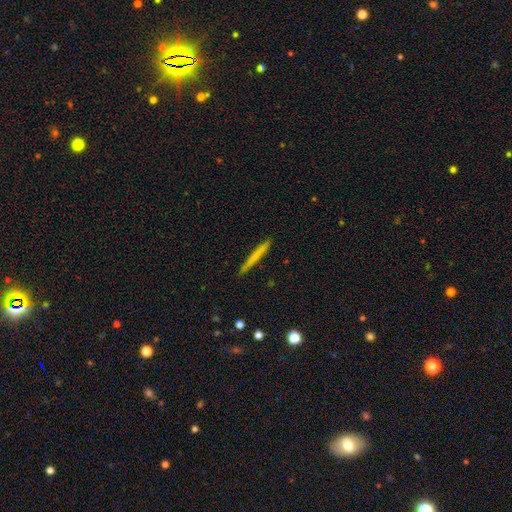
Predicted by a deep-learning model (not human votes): The model was most divided on "smooth or featured": smooth: 64%, featured or disk: 30%, star or artifact: 6%. More confident: how rounded — cigar-shaped (97%); merging — none (91%).